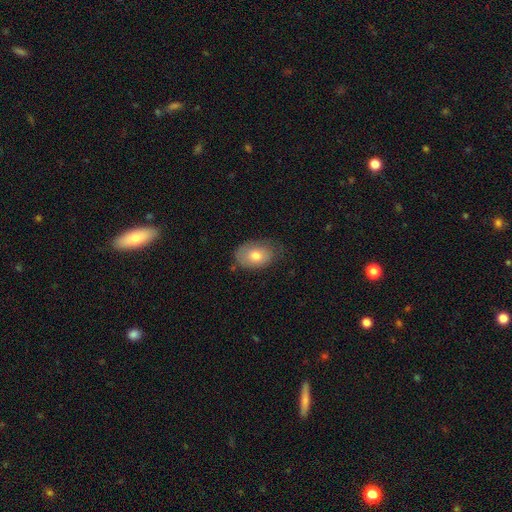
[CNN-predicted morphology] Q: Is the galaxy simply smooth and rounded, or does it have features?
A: smooth — 71%.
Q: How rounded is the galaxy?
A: in between — 82%.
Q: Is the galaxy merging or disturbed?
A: none — 65%.